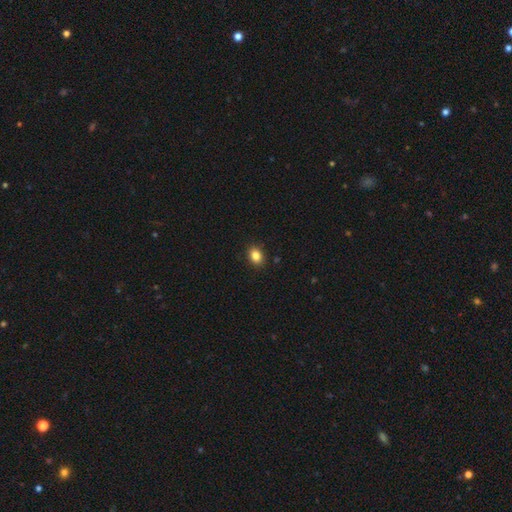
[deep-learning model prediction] smooth_or_featured: smooth (p=0.85) [alt: star or artifact p=0.10]
how_rounded: in between (p=0.64) [alt: round p=0.35]
merging: none (p=0.89) [alt: minor disturbance p=0.08]